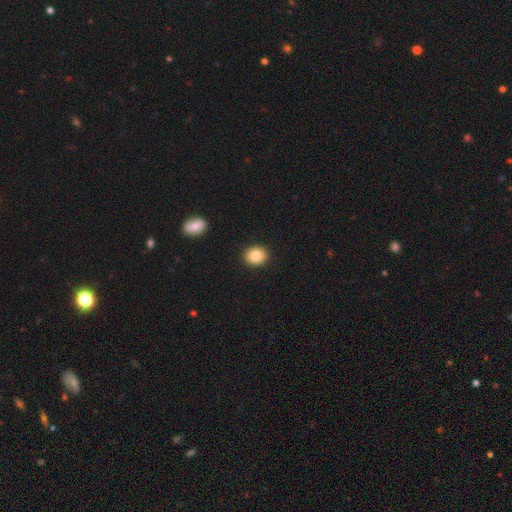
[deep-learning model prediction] smooth-or-featured: smooth: 85% | star or artifact: 9% | featured or disk: 6%
  how-rounded: round: 72% | in between: 27% | cigar-shaped: 1%
  merging: none: 92% | minor disturbance: 5% | major disturbance: 2% | merger: 1%